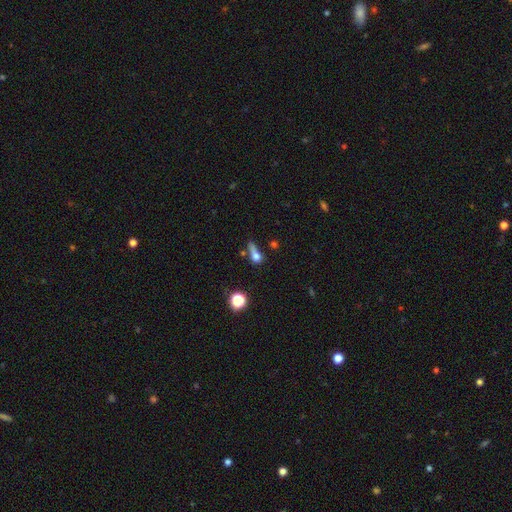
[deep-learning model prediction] smooth-or-featured: smooth: 65% | featured or disk: 19% | star or artifact: 16%
  how-rounded: round: 42% | in between: 37% | cigar-shaped: 21%
  merging: none: 33% | major disturbance: 25% | merger: 22% | minor disturbance: 20%